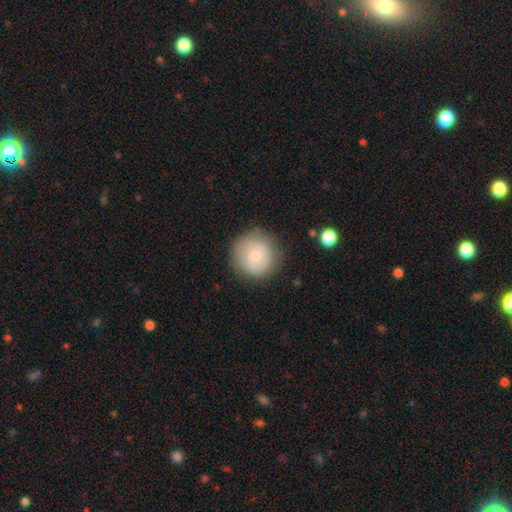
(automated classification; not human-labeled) Smooth or featured?
  - smooth: 55% *
  - featured or disk: 38%
  - star or artifact: 7%
How rounded?
  - round: 94% *
  - in between: 5%
  - cigar-shaped: 1%
Merging?
  - none: 84% *
  - minor disturbance: 11%
  - major disturbance: 4%
  - merger: 1%